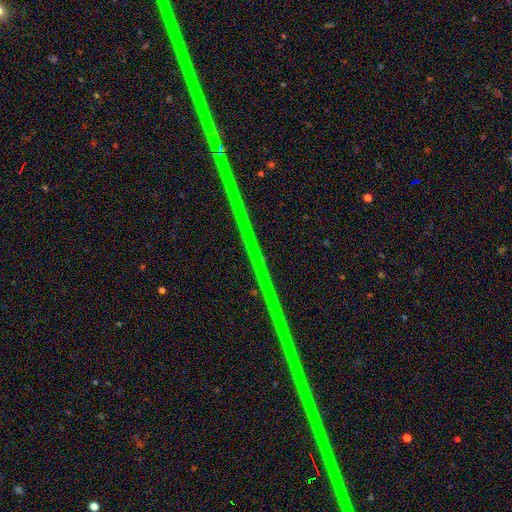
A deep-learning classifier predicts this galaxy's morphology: smooth-or-featured: star or artifact: 90% | featured or disk: 6% | smooth: 4%